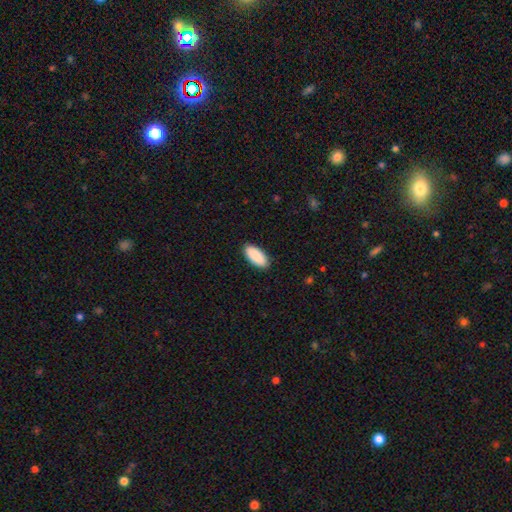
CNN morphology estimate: smooth 91%, star or artifact 6%, featured or disk 3%. Down the decision tree: how rounded — in between (92%); merging — none (90%).